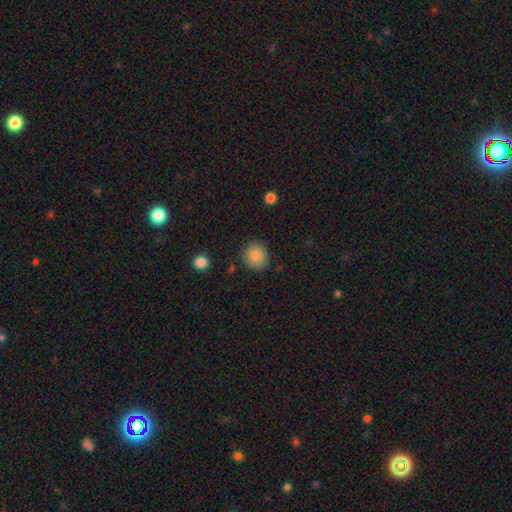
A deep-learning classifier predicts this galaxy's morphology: Smooth or featured?
  - smooth: 84% *
  - star or artifact: 9%
  - featured or disk: 7%
How rounded?
  - round: 88% *
  - in between: 11%
  - cigar-shaped: 1%
Merging?
  - none: 86% *
  - minor disturbance: 9%
  - major disturbance: 3%
  - merger: 2%